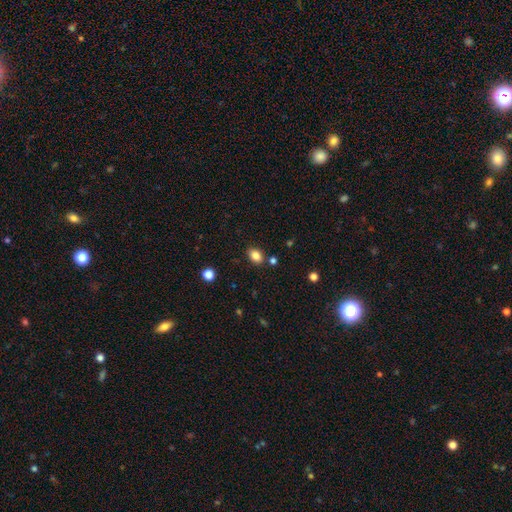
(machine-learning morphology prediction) Overall: smooth (84%). How rounded: in between (72%). Merging: none (83%).